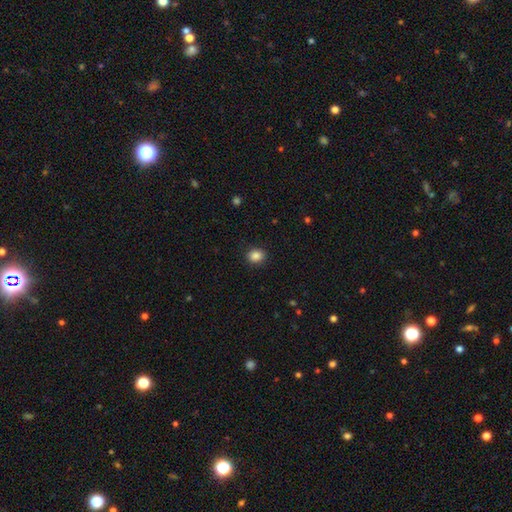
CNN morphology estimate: smooth-or-featured: smooth: 86% | star or artifact: 10% | featured or disk: 4%
  how-rounded: round: 65% | in between: 34% | cigar-shaped: 1%
  merging: none: 90% | minor disturbance: 7% | major disturbance: 2% | merger: 1%